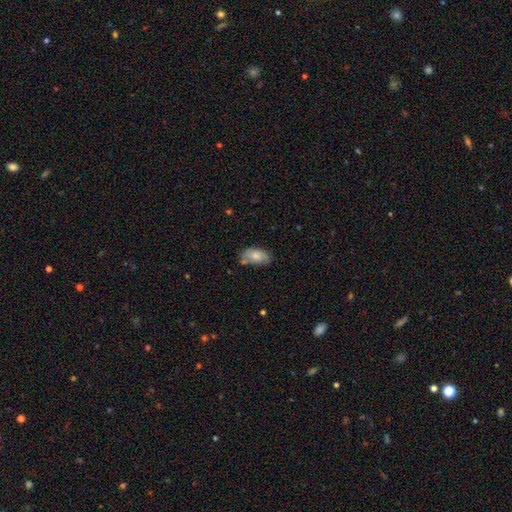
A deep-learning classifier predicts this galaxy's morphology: A smooth galaxy with no disk features (73%) that is in between round and cigar-shaped (93%).

Vote fractions:
- Smooth or featured? smooth: 73% / featured or disk: 20% / star or artifact: 7%
- How rounded? in between: 93% / round: 4% / cigar-shaped: 2%
- Merging? none: 53% / minor disturbance: 31% / merger: 8% / major disturbance: 8%